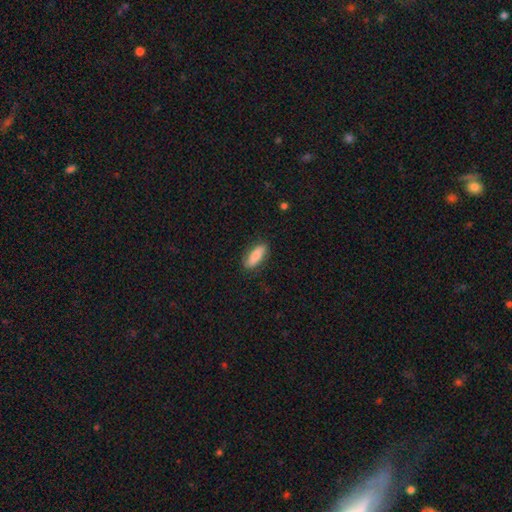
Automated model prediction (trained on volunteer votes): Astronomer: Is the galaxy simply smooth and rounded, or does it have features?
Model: smooth — 81%.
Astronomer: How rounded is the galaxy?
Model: in between — 59% (runner-up: cigar-shaped, 39%).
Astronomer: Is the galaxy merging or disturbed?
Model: none — 85%.